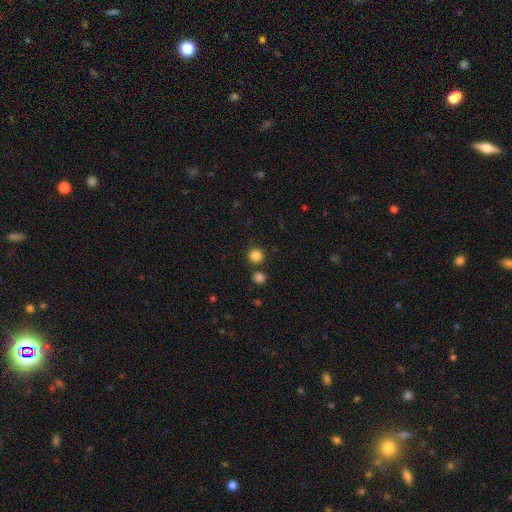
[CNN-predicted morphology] Overall: smooth (84%). How rounded: round (94%). Merging: none (82%).